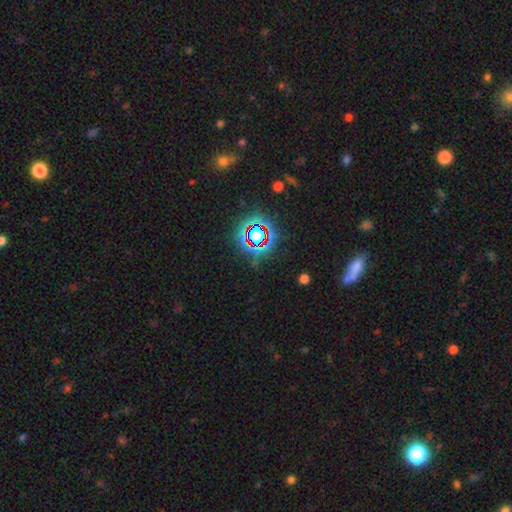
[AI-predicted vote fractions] Smooth or featured? Predicted: star or artifact (p=0.75).